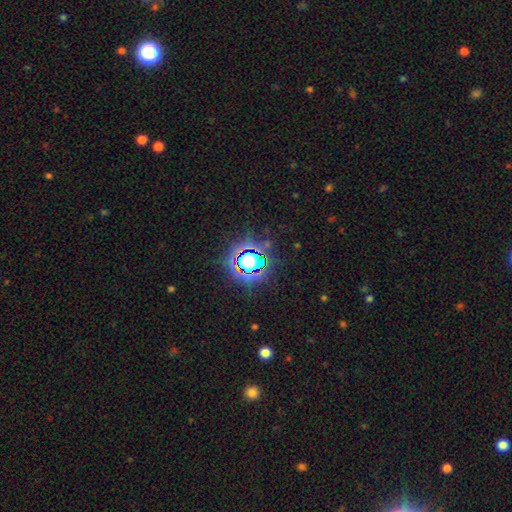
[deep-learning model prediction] A star or artifact, not a galaxy (79%).

Vote fractions:
- Smooth or featured? star or artifact: 79% / smooth: 13% / featured or disk: 8%